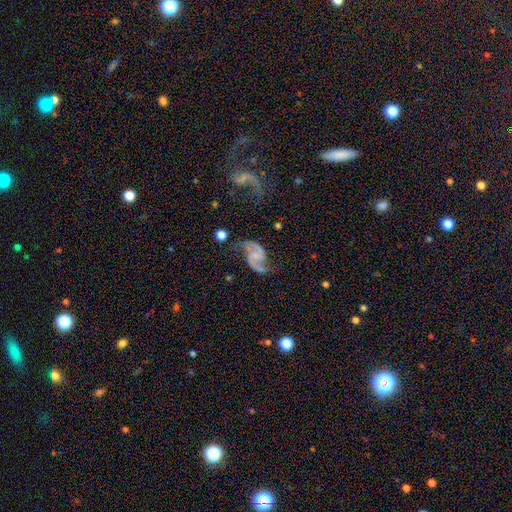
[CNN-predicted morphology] A featured or disk galaxy (89%) with no bar (46%), 2 (94%) loose (47%) spiral arms (97%) and a small central bulge (48%). Merging: none (68%).